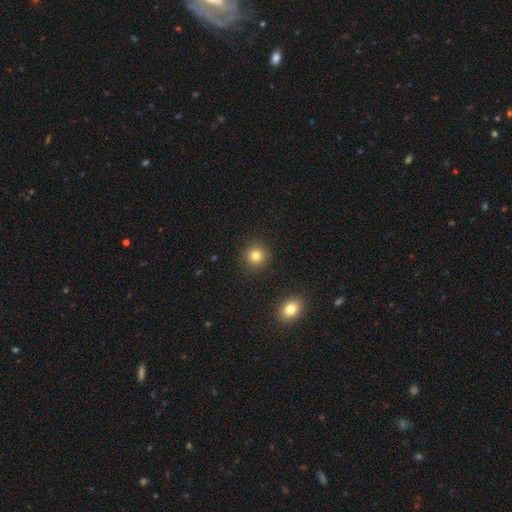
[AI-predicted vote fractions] This appears to be a smooth galaxy with no disk features (81%) that is round (92%). Merging: none (90%).